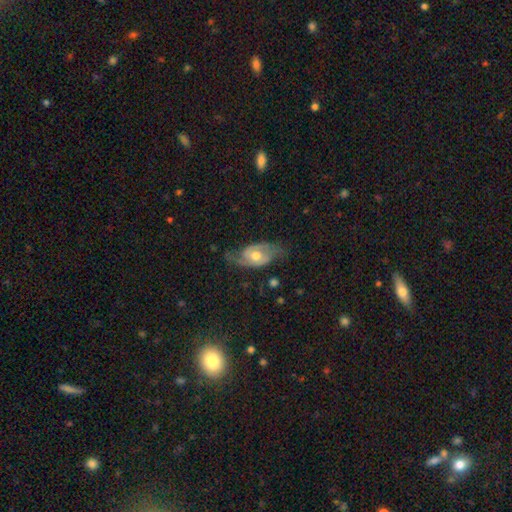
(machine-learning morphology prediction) Smooth or featured?
  - featured or disk: 72% *
  - smooth: 21%
  - star or artifact: 7%
Edge-on disk?
  - no: 92% *
  - yes: 8%
Bar?
  - no: 64% *
  - weak: 29%
  - strong: 7%
Spiral arms?
  - yes: 86% *
  - no: 14%
Spiral winding?
  - medium: 43% *
  - loose: 32%
  - tight: 24%
Spiral arm count?
  - 2: 82% *
  - can't tell: 10%
  - 1: 4%
  - 3: 2%
  - 4: 1%
  - more than 4: 1%
Bulge size?
  - moderate: 74% *
  - small: 15%
  - large: 9%
  - none: 1%
  - dominant: 1%
Merging?
  - none: 60% *
  - minor disturbance: 25%
  - major disturbance: 13%
  - merger: 2%